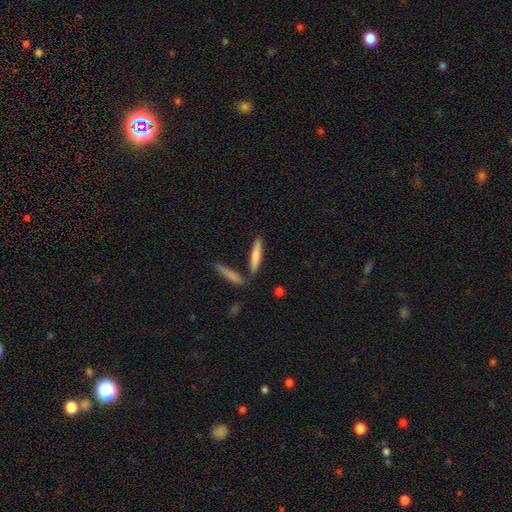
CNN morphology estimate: Smooth or featured: smooth — 74% (featured or disk — 20%)
How rounded: cigar-shaped — 86% (in between — 12%)
Merging: none — 76% (merger — 11%)